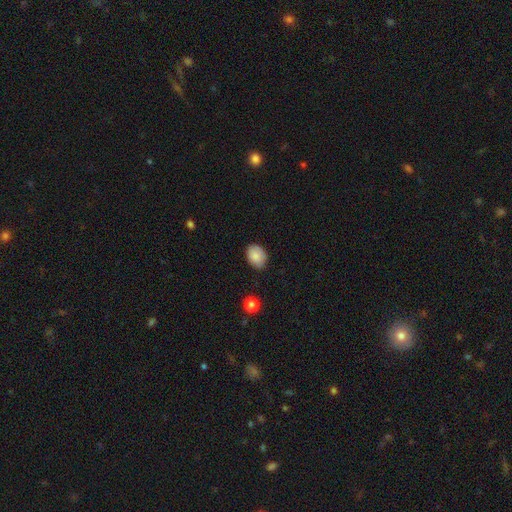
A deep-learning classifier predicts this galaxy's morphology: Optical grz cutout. It shows a smooth galaxy with no disk features (84%) that is in between round and cigar-shaped (72%). Merging: none (78%).